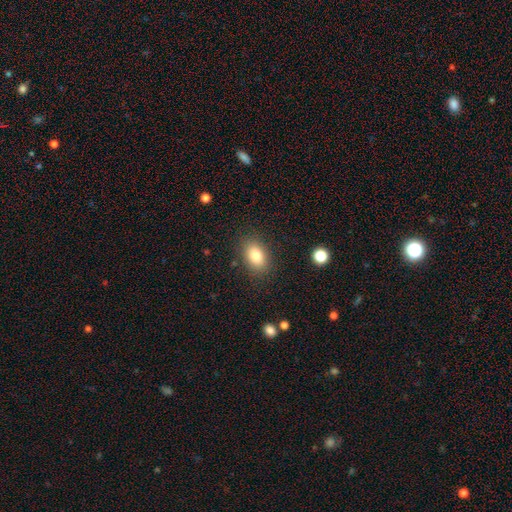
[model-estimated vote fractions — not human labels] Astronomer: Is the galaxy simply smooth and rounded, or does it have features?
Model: smooth — 82%.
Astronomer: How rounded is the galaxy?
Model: in between — 85%.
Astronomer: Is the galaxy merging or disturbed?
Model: none — 85%.